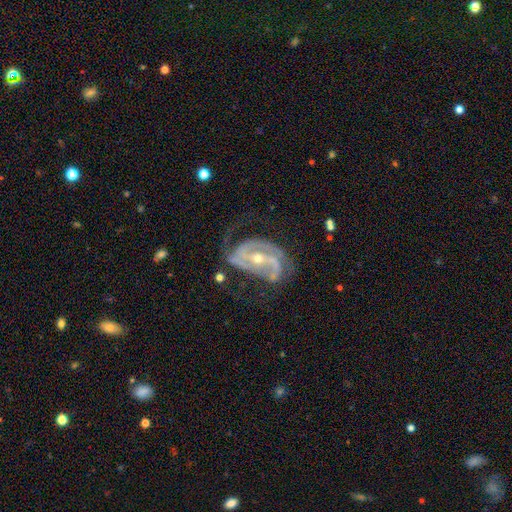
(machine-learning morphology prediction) The model was most divided on "spiral winding": tight: 45%, medium: 40%, loose: 15%. Remaining: edge-on disk — no (96%); spiral arms — yes (95%); smooth or featured — featured or disk (86%); spiral arm count — 2 (58%); merging — none (56%); bulge size — moderate (52%); bar — no (46%).